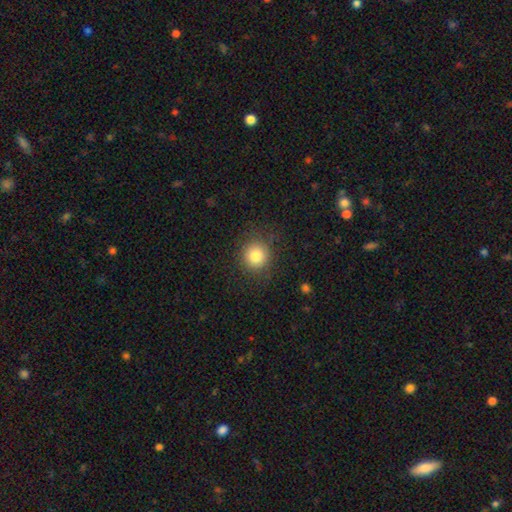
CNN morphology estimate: smooth_or_featured: smooth (p=0.83) [alt: star or artifact p=0.11]
how_rounded: round (p=0.90) [alt: in between p=0.09]
merging: none (p=0.85) [alt: minor disturbance p=0.10]